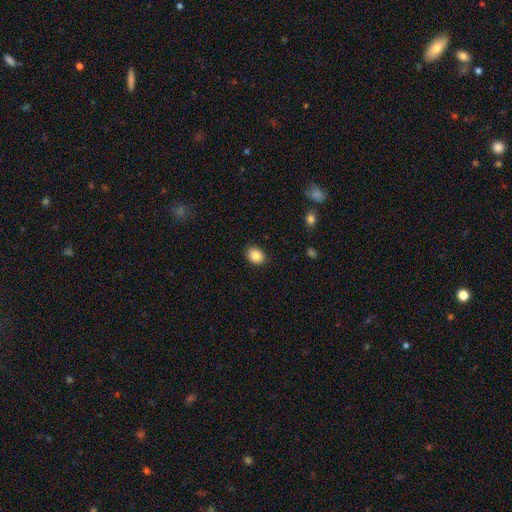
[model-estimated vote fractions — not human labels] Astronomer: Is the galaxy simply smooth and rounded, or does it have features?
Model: smooth — 87%.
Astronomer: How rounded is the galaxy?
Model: in between — 59% (runner-up: round, 40%).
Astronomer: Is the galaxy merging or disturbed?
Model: none — 88%.